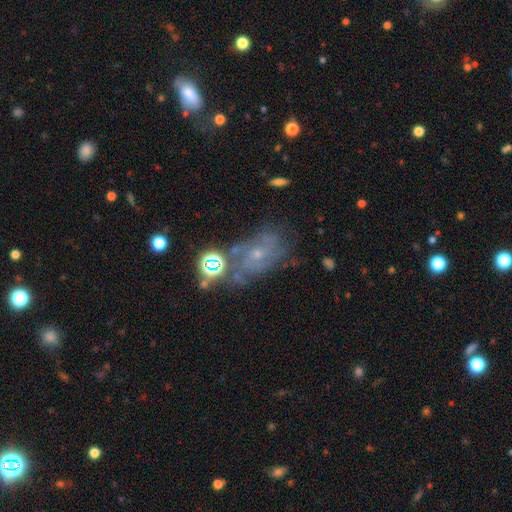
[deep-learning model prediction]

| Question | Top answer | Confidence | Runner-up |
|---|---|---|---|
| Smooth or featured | featured or disk | 61% | star or artifact (21%) |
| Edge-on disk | no | 95% | yes (5%) |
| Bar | no | 72% | weak (23%) |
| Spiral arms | yes | 80% | no (20%) |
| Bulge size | small | 71% | moderate (23%) |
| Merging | none | 51% | minor disturbance (22%) |